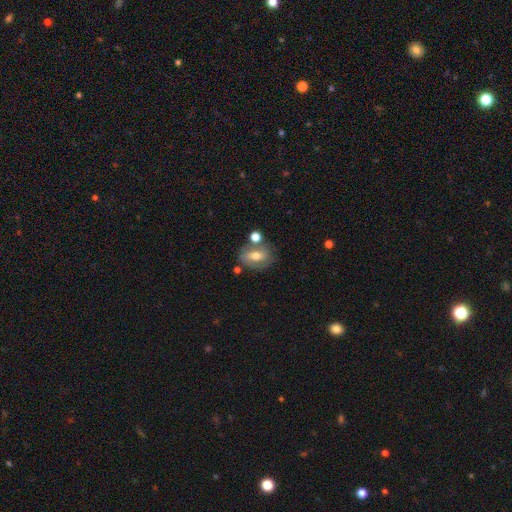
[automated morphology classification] A smooth galaxy with no disk features (47%).

Vote fractions:
- Smooth or featured? smooth: 47% / featured or disk: 43% / star or artifact: 10%
- Merging? none: 60% / minor disturbance: 17% / merger: 16% / major disturbance: 7%